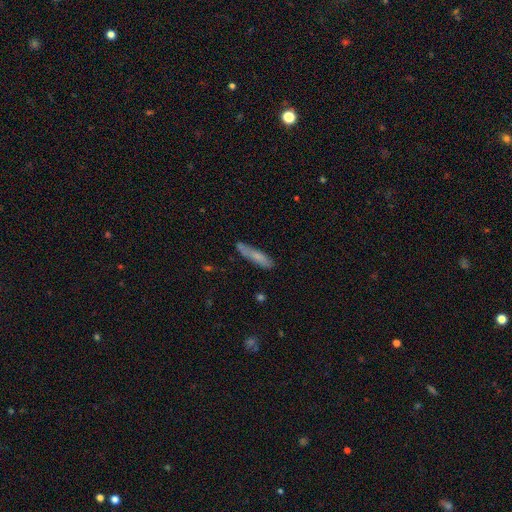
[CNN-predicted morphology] This is likely a smooth galaxy (66%). How rounded: clearly cigar-shaped (83%). Merging: likely none (70%).